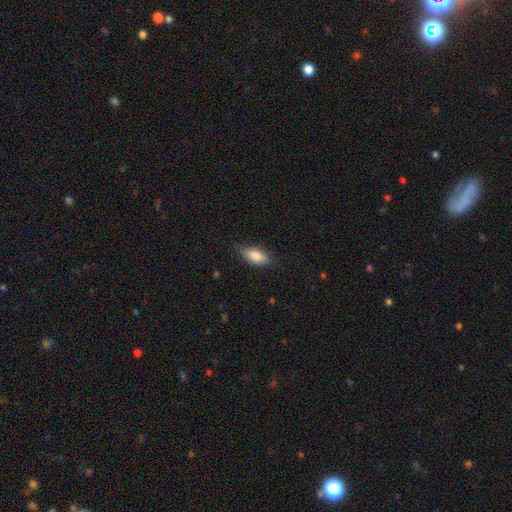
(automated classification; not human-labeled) Smooth or featured: smooth — 84% (featured or disk — 10%)
How rounded: in between — 84% (cigar-shaped — 13%)
Merging: none — 78% (minor disturbance — 17%)